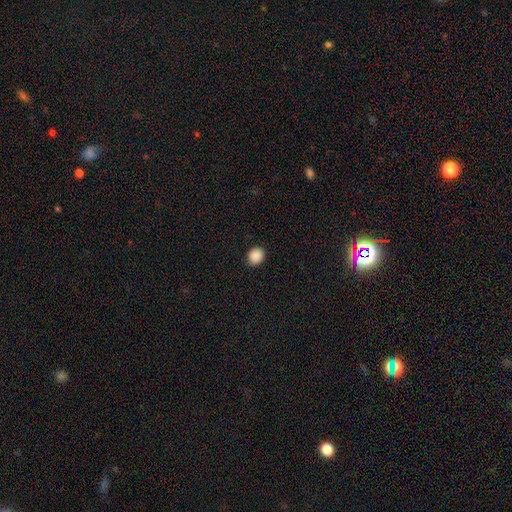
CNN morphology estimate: smooth 89%, star or artifact 9%, featured or disk 2%. Down the decision tree: how rounded — round (68%); merging — none (90%).